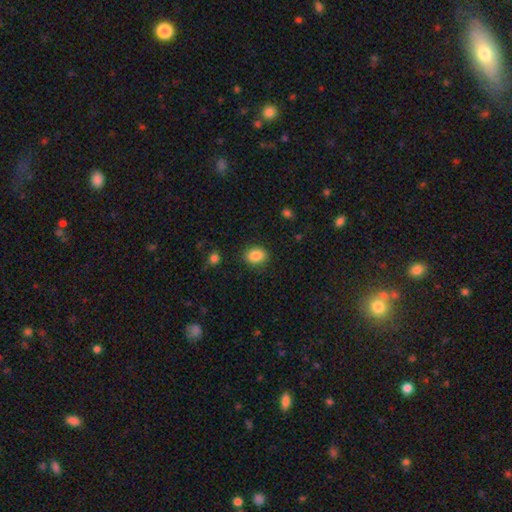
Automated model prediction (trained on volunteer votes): Smooth or featured? smooth (87%)
How rounded? in between (59%)
Merging? none (86%)